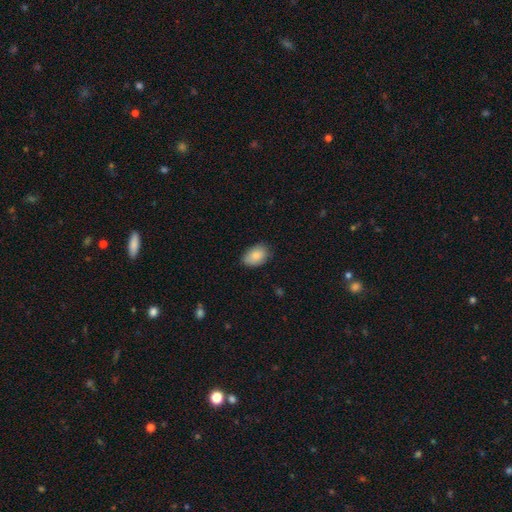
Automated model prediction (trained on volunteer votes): smooth_or_featured: smooth (p=0.87) [alt: featured or disk p=0.07]
how_rounded: in between (p=0.87) [alt: round p=0.12]
merging: none (p=0.80) [alt: minor disturbance p=0.17]